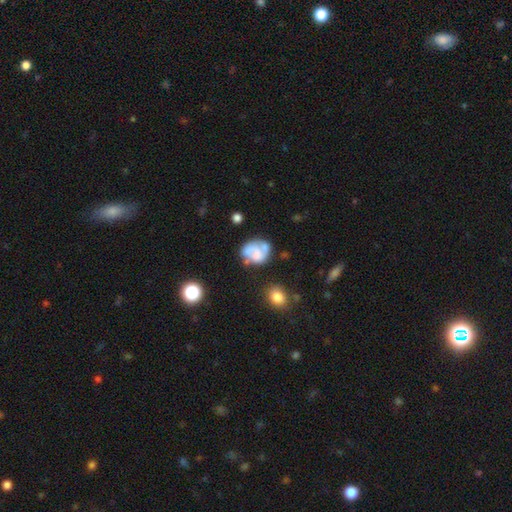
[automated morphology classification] This is possibly a featured or disk galaxy (55%). It is clearly not viewed edge-on (98%). Bar: clearly no (80%). Spiral arm pattern: possibly yes (55%). Central bulge: marginally moderate (32%, tied with small). Merging: marginally none (42%).